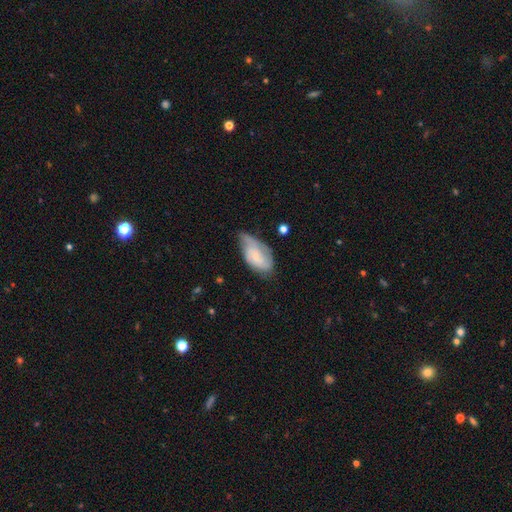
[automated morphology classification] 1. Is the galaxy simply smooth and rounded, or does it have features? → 52% featured or disk, 41% smooth, 7% star or artifact.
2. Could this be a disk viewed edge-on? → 94% no, 6% yes.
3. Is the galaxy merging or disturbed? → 43% minor disturbance, 38% none, 17% major disturbance, 3% merger.